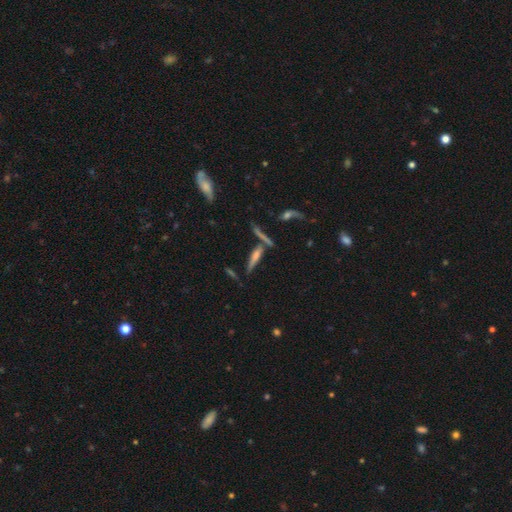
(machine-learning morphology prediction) This appears to be a featured or disk galaxy (58%) viewed edge-on (92%) with a rounded central bulge (63%). Merging: none (65%).